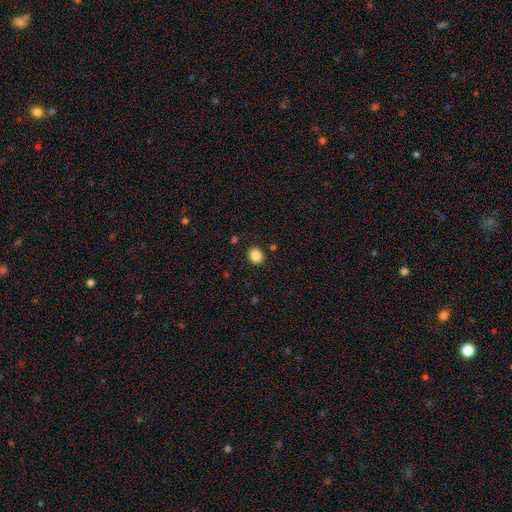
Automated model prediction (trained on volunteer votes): smooth-or-featured: smooth: 86% | star or artifact: 10% | featured or disk: 4%
  how-rounded: round: 73% | in between: 26% | cigar-shaped: 1%
  merging: none: 89% | minor disturbance: 7% | major disturbance: 2% | merger: 2%